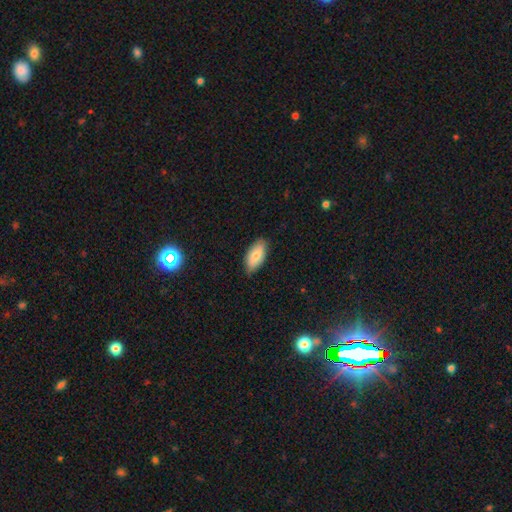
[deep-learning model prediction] This appears to be a smooth galaxy with no disk features (78%) that is in between round and cigar-shaped (92%). Merging: none (79%).